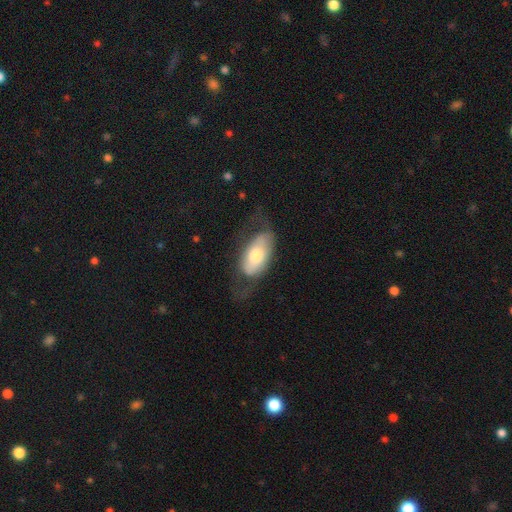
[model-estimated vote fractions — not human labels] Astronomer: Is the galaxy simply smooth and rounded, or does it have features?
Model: smooth — 56% (runner-up: featured or disk, 38%).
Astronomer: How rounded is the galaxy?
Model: in between — 92%.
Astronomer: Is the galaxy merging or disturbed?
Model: none — 50%.